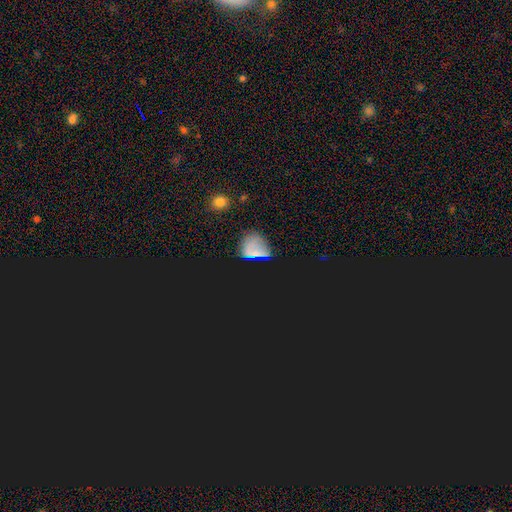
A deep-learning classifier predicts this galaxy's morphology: Smooth or featured? star or artifact (63%)